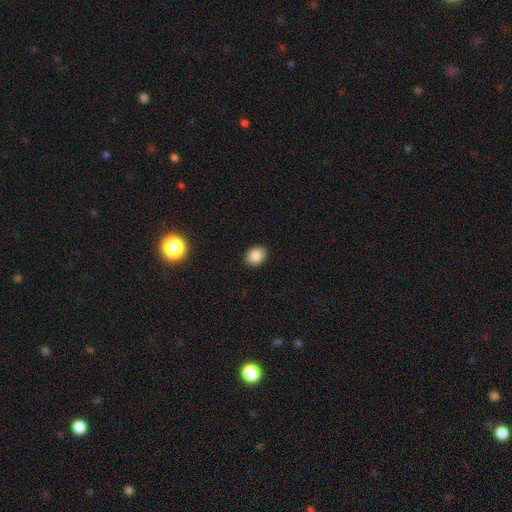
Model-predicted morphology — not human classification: This appears to be a smooth galaxy with no disk features (85%) that is in between round and cigar-shaped (56%). Merging: none (90%).